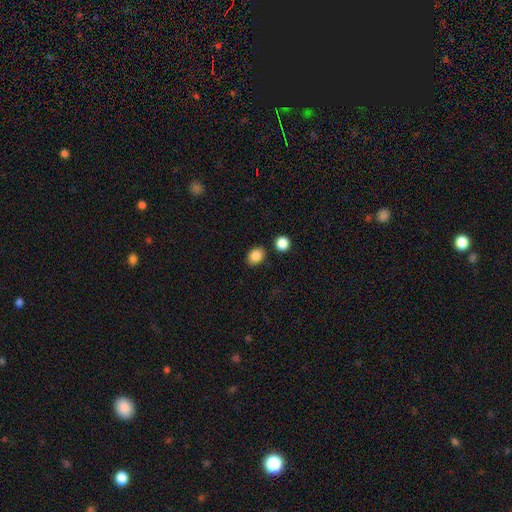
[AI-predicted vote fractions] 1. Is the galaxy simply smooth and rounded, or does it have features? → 87% smooth, 9% star or artifact, 4% featured or disk.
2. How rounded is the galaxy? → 59% in between, 40% round, 1% cigar-shaped.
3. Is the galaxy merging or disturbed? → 83% none, 9% minor disturbance, 6% merger, 3% major disturbance.